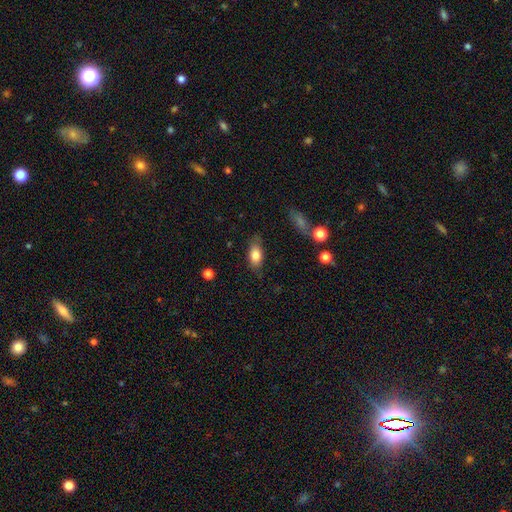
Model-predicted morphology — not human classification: Smooth or featured?
  - smooth: 80% *
  - featured or disk: 13%
  - star or artifact: 7%
How rounded?
  - in between: 85% *
  - cigar-shaped: 8%
  - round: 7%
Merging?
  - none: 76% *
  - minor disturbance: 18%
  - major disturbance: 4%
  - merger: 2%